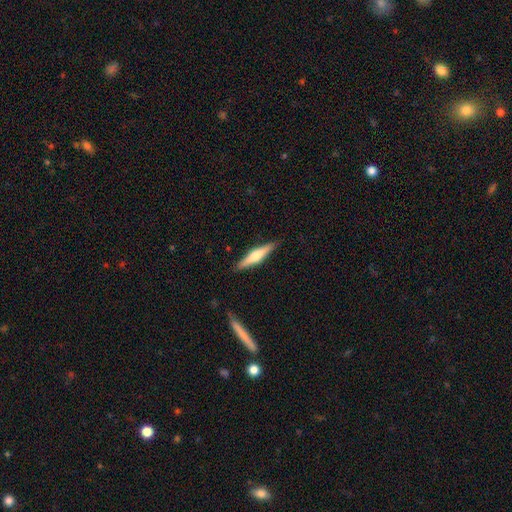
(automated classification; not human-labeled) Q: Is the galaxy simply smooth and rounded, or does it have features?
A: featured or disk — 56%.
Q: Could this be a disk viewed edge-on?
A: yes — 97%.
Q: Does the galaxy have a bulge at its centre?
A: rounded — 88%.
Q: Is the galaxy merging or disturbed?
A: none — 90%.